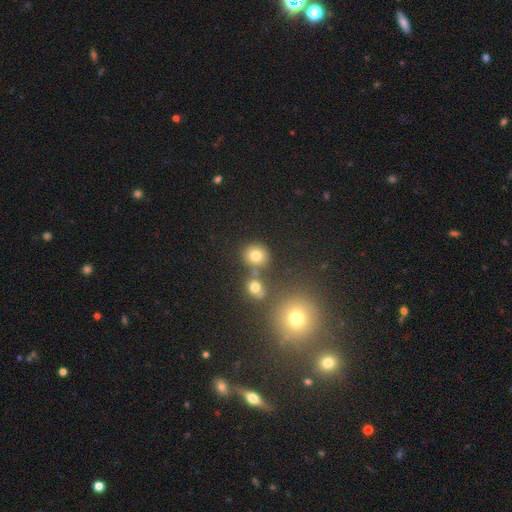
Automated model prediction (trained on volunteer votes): This is likely a smooth galaxy (75%). How rounded: clearly round (85%). Merging: likely none (73%).